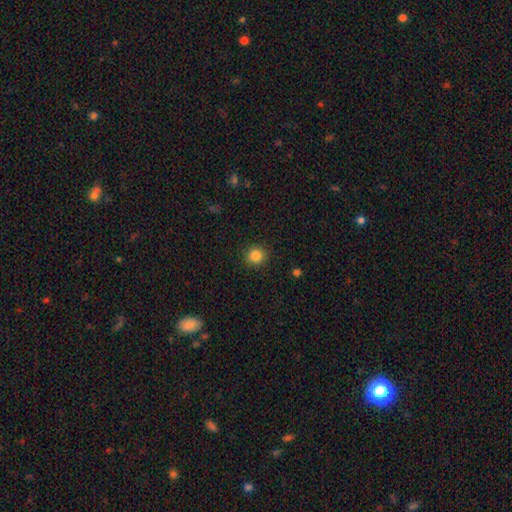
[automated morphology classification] Overall: smooth (85%). How rounded: round (92%). Merging: none (91%).